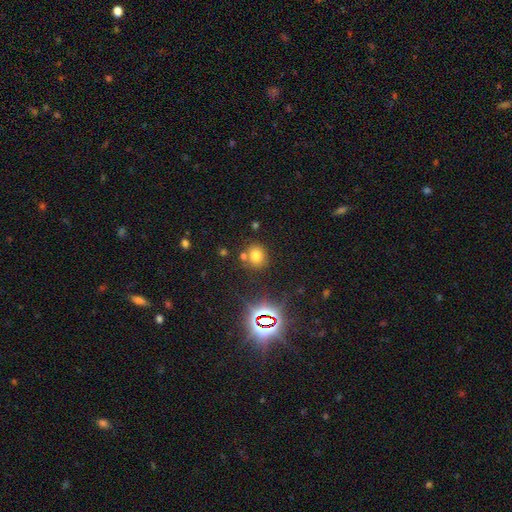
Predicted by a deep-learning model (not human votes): A smooth galaxy with no disk features (69%) that is round (69%).

Vote fractions:
- Smooth or featured? smooth: 69% / star or artifact: 21% / featured or disk: 9%
- How rounded? round: 69% / in between: 30% / cigar-shaped: 1%
- Merging? none: 71% / merger: 14% / minor disturbance: 11% / major disturbance: 4%